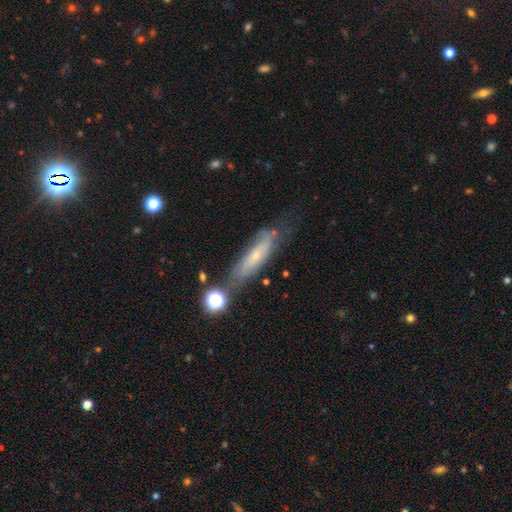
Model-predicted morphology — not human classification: smooth-or-featured: featured or disk: 53% | smooth: 38% | star or artifact: 9%
  disk-edge-on: no: 53% | yes: 47%
  merging: none: 54% | minor disturbance: 26% | major disturbance: 13% | merger: 7%